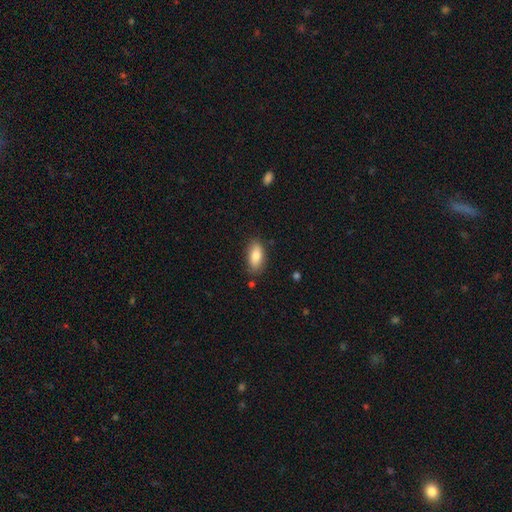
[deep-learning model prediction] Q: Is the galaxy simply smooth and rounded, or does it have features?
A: smooth — 82%.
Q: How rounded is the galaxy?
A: in between — 87%.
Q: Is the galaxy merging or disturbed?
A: none — 81%.